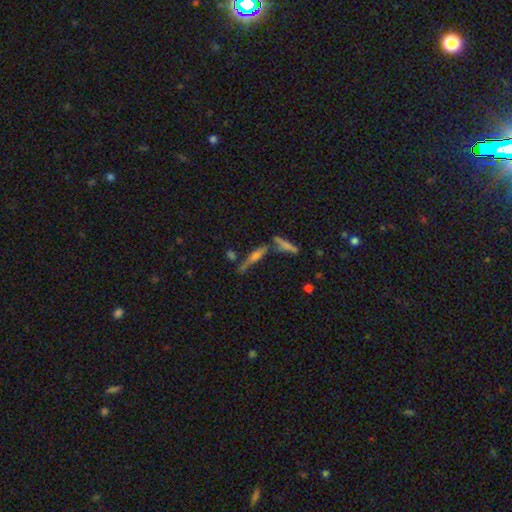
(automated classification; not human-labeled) smooth-or-featured: featured or disk: 59% | smooth: 29% | star or artifact: 12%
  disk-edge-on: yes: 92% | no: 8%
    edge-on-bulge: rounded: 71% | boxy: 15% | none: 13%
  merging: none: 63% | merger: 20% | minor disturbance: 12% | major disturbance: 5%